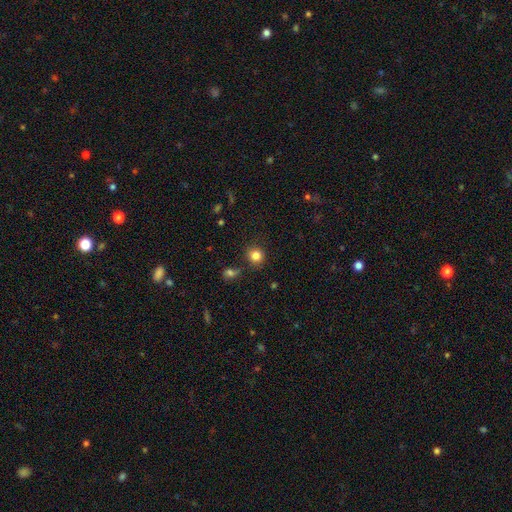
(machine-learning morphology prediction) Smooth or featured? Predicted: smooth (p=0.84). How rounded? Predicted: round (p=0.90). Merging? Predicted: none (p=0.82).